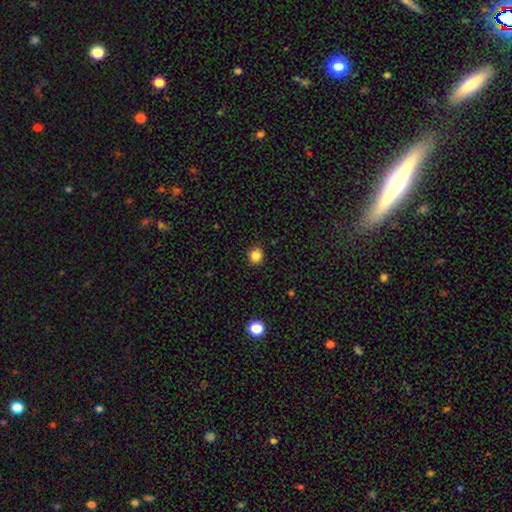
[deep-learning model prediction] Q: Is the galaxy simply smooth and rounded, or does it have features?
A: smooth — 85%.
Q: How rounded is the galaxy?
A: round — 88%.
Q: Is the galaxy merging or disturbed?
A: none — 89%.